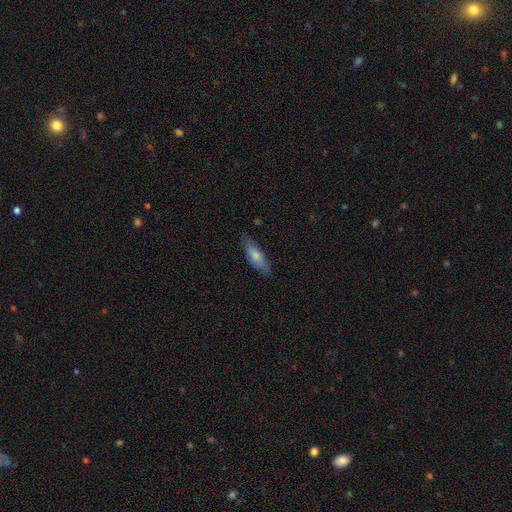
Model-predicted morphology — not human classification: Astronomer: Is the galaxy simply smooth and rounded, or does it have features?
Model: smooth — 72%.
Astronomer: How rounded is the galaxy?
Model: in between — 50% (runner-up: cigar-shaped, 48%).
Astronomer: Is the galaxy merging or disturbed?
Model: none — 81%.